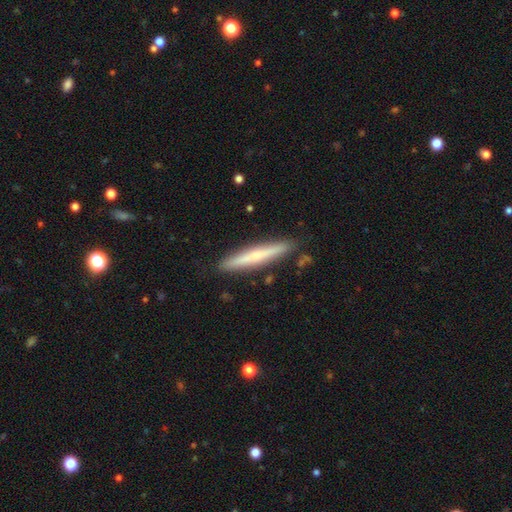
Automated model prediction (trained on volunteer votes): Morphology: type=smooth (50%); roundness=cigar-shaped (95%); merging=none (89%).